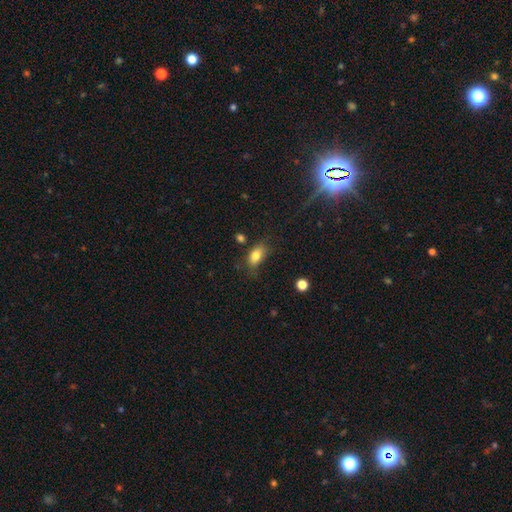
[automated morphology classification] smooth-or-featured: smooth: 81% | featured or disk: 10% | star or artifact: 9%
  how-rounded: in between: 87% | round: 9% | cigar-shaped: 4%
  merging: none: 65% | minor disturbance: 23% | major disturbance: 7% | merger: 4%